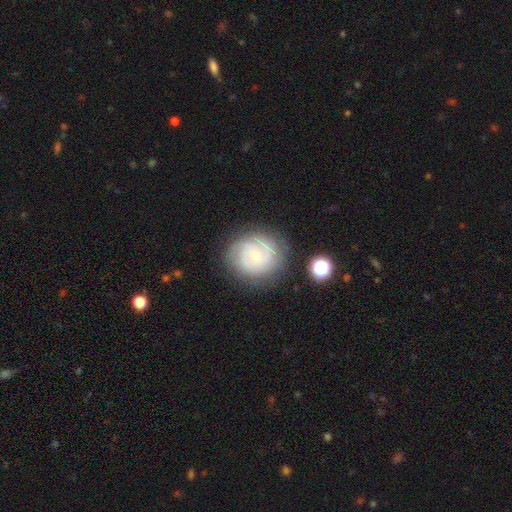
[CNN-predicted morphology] A featured or disk galaxy (76%) with no bar (69%), 2 (34%) tight (69%) spiral arms (93%) and a small central bulge (69%).

Vote fractions:
- Smooth or featured? featured or disk: 76% / smooth: 17% / star or artifact: 7%
- Edge-on disk? no: 98% / yes: 2%
- Bar? no: 69% / weak: 27% / strong: 4%
- Spiral arms? yes: 93% / no: 7%
- Spiral winding? tight: 69% / medium: 25% / loose: 6%
- Spiral arm count? 2: 34% / can't tell: 30% / 3: 22% / 1: 5% / 4: 5% / more than 4: 4%
- Bulge size? small: 69% / moderate: 27% / none: 2% / large: 1% / dominant: 1%
- Merging? none: 76% / minor disturbance: 16% / major disturbance: 6% / merger: 2%